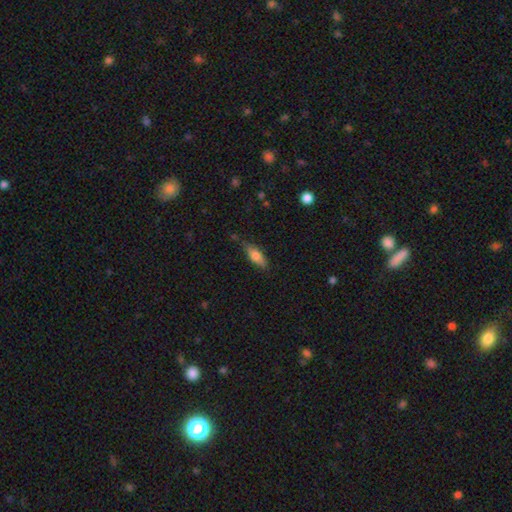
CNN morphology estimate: Smooth or featured? Predicted: smooth (p=0.73). How rounded? Predicted: in between (p=0.69). Merging? Predicted: none (p=0.68).